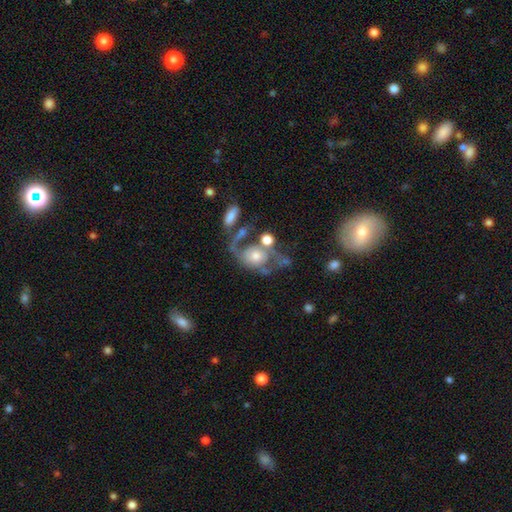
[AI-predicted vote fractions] featured or disk 65%, smooth 27%, star or artifact 9%. Down the decision tree: edge-on disk — no (96%); bar — no (80%); spiral arms — yes (72%); bulge size — moderate (53%); merging — major disturbance (30%, tied with none).